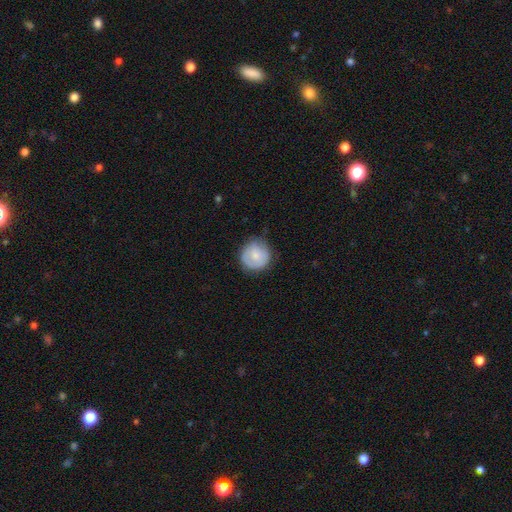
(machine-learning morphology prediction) Smooth or featured? smooth (66%)
How rounded? round (91%)
Merging? none (68%)